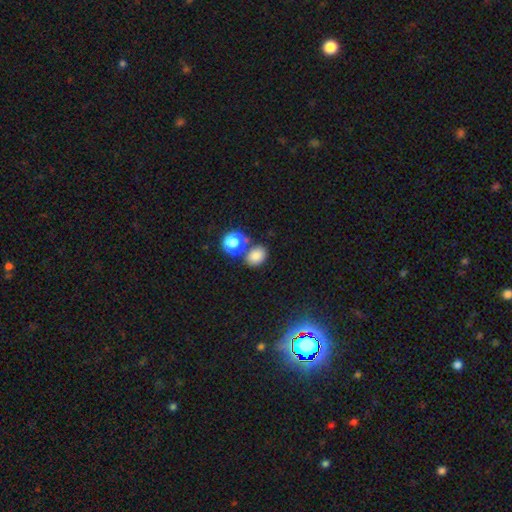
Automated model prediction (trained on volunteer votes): Q: Smooth or featured?
A: smooth (82%); runner-up: star or artifact (12%)
Q: How rounded?
A: in between (57%); runner-up: round (41%)
Q: Merging?
A: none (63%); runner-up: merger (22%)